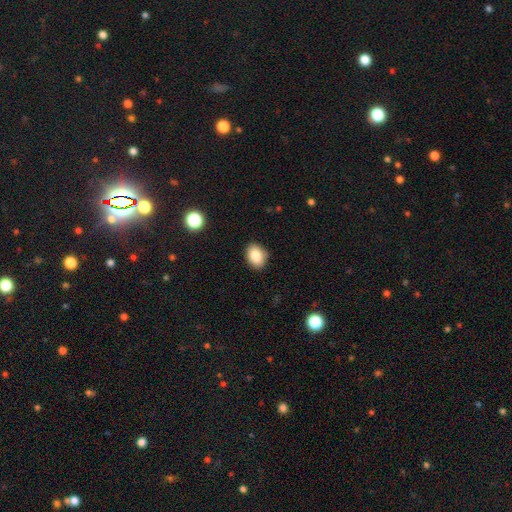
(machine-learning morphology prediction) Smooth or featured?
  - smooth: 86% *
  - star or artifact: 8%
  - featured or disk: 5%
How rounded?
  - in between: 70% *
  - round: 29%
  - cigar-shaped: 1%
Merging?
  - none: 87% *
  - minor disturbance: 10%
  - major disturbance: 2%
  - merger: 1%